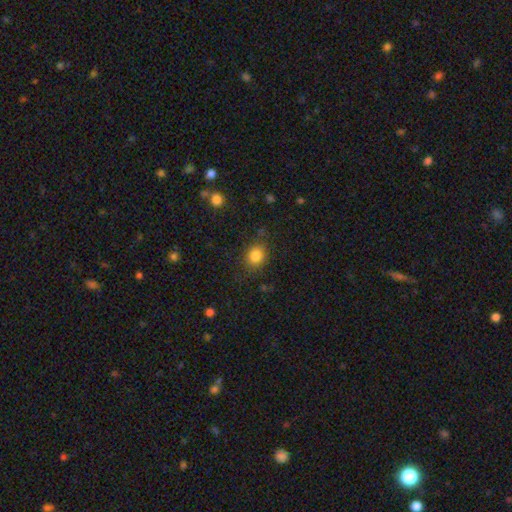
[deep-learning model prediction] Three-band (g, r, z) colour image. It shows a smooth galaxy with no disk features (83%) that is round (63%). Merging: none (81%).